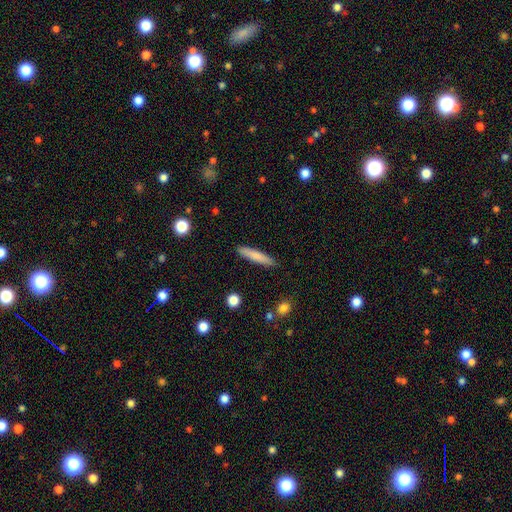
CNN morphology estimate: A smooth galaxy with no disk features (79%) that is cigar-shaped (90%).

Vote fractions:
- Smooth or featured? smooth: 79% / featured or disk: 15% / star or artifact: 6%
- How rounded? cigar-shaped: 90% / in between: 9% / round: 1%
- Merging? none: 89% / minor disturbance: 8% / major disturbance: 2% / merger: 1%